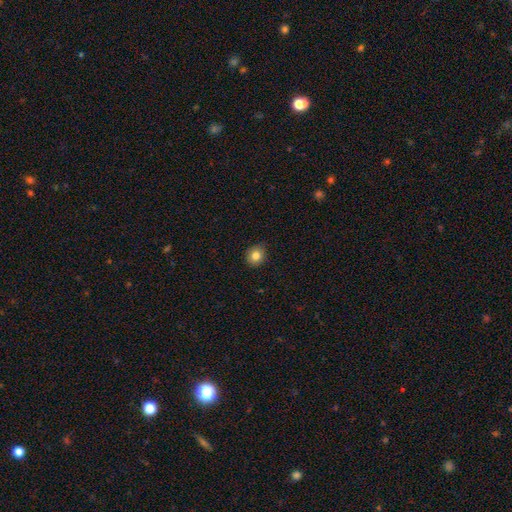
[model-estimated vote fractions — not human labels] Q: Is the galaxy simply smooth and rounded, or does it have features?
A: smooth — 82%.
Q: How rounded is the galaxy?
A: round — 79%.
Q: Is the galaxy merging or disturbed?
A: none — 85%.